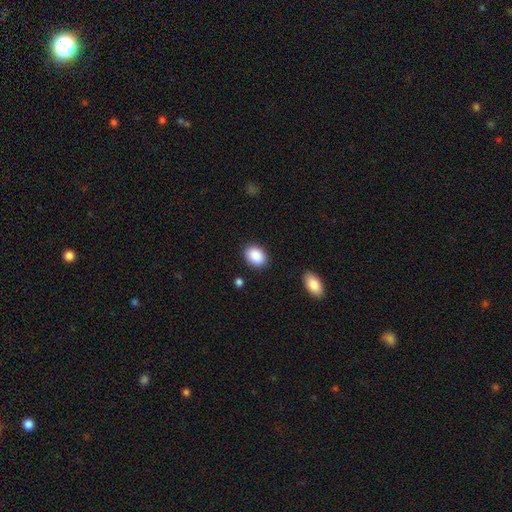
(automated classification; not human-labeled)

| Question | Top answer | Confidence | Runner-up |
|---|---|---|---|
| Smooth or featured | smooth | 90% | star or artifact (7%) |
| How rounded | in between | 74% | round (25%) |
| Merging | none | 87% | minor disturbance (9%) |